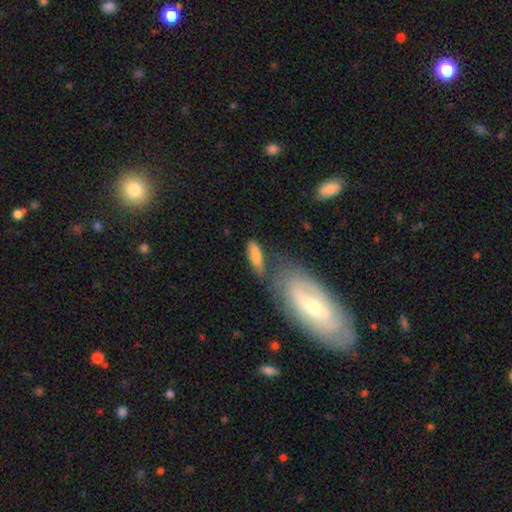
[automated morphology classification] smooth_or_featured: smooth (p=0.76) [alt: featured or disk p=0.17]
how_rounded: in between (p=0.62) [alt: cigar-shaped p=0.34]
merging: none (p=0.58) [alt: minor disturbance p=0.18]